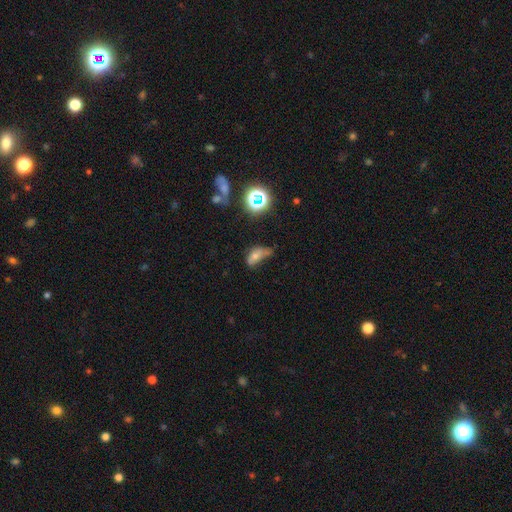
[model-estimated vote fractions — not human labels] Overall: smooth (60%). How rounded: in between (82%). Merging: major disturbance (35%; minor disturbance 34%).